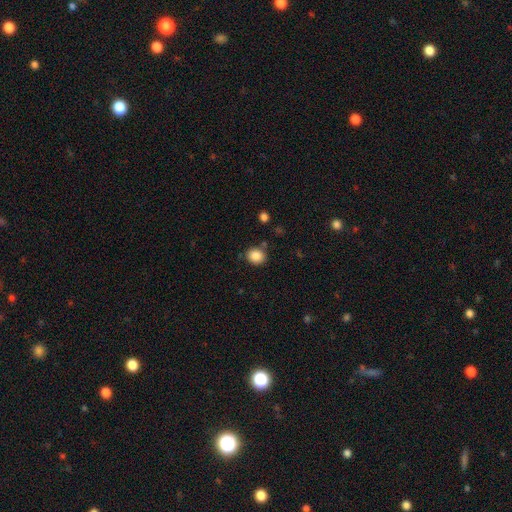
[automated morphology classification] The model was most divided on "how rounded": round: 70%, in between: 29%, cigar-shaped: 1%. More confident: smooth or featured — smooth (86%); merging — none (83%).